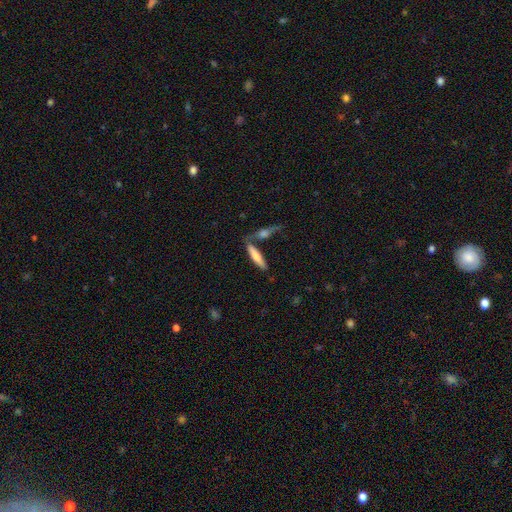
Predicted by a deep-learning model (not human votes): smooth 69%, featured or disk 25%, star or artifact 6%. Down the decision tree: how rounded — cigar-shaped (80%); merging — none (63%).